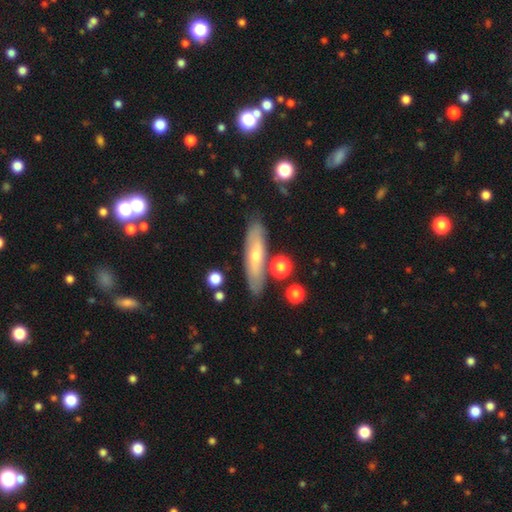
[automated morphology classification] This appears to be a featured or disk galaxy (47%). Merging: none (80%).